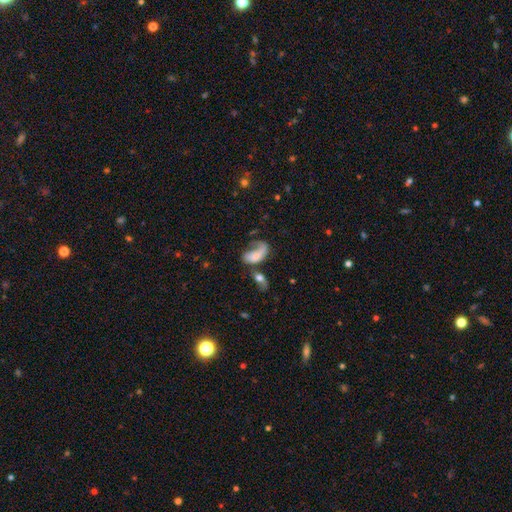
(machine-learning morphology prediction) The model was most divided on "merging": major disturbance: 43%, merger: 21%, none: 21%, minor disturbance: 16%. More confident: how rounded — in between (87%); smooth or featured — smooth (58%).